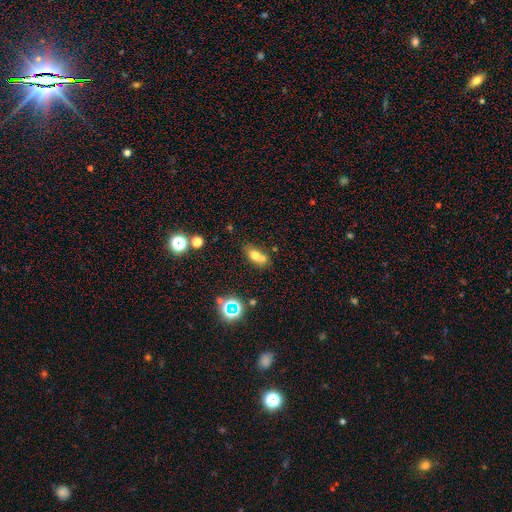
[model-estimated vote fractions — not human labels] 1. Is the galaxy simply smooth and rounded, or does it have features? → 68% smooth, 18% featured or disk, 14% star or artifact.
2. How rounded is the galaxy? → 71% in between, 20% round, 9% cigar-shaped.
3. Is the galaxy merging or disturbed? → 41% none, 40% merger, 13% minor disturbance, 5% major disturbance.